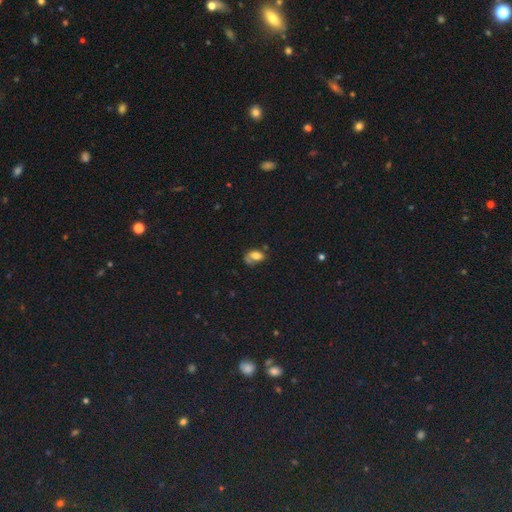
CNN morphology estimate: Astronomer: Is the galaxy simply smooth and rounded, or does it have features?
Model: smooth — 70%.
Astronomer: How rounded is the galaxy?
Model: in between — 84%.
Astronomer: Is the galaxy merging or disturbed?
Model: none — 37% (runner-up: minor disturbance, 31%).